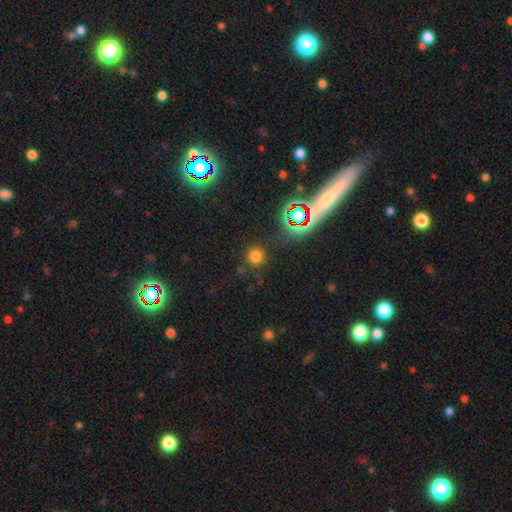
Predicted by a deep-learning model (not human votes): The model was most divided on "smooth or featured": smooth: 69%, star or artifact: 25%, featured or disk: 6%. More confident: how rounded — round (93%); merging — none (82%).